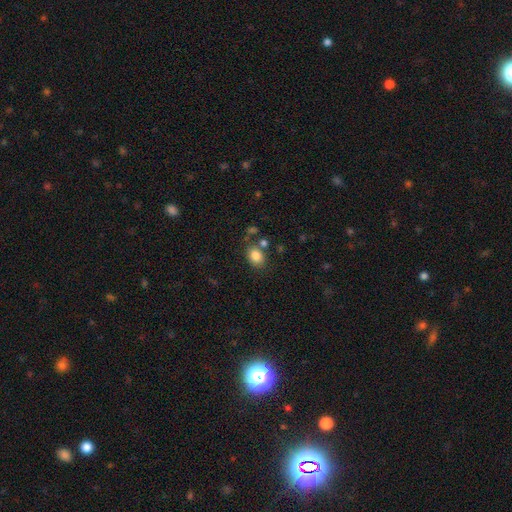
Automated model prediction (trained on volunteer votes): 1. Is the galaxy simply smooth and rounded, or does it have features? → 84% smooth, 10% star or artifact, 6% featured or disk.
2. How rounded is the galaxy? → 61% in between, 38% round, 1% cigar-shaped.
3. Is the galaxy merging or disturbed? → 71% none, 13% minor disturbance, 11% merger, 5% major disturbance.